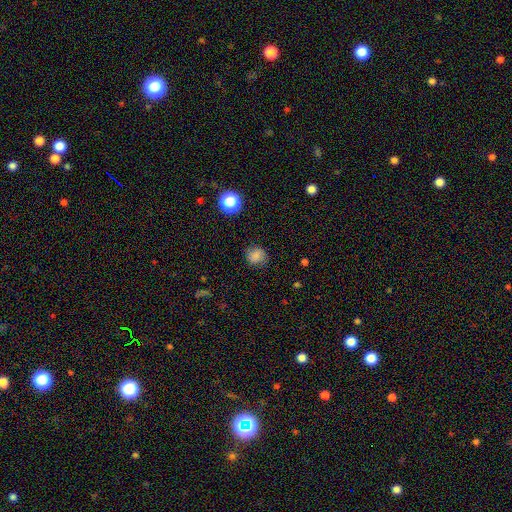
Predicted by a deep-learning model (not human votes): Smooth or featured? Predicted: smooth (p=0.78). How rounded? Predicted: round (p=0.80). Merging? Predicted: none (p=0.75).